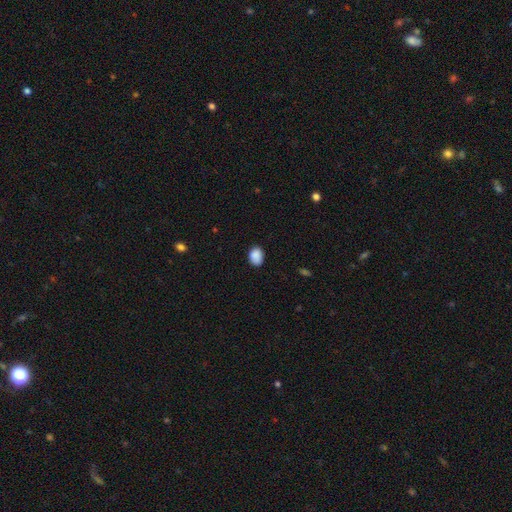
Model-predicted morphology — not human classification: This is clearly a smooth galaxy (89%). How rounded: likely in between (69%). Merging: clearly none (81%).